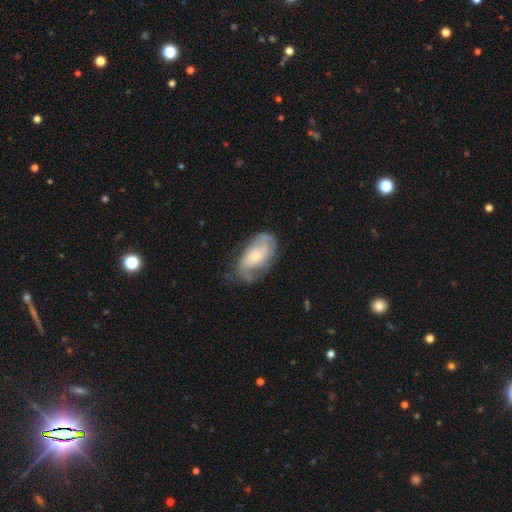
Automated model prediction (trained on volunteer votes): Smooth or featured?
  - featured or disk: 71% *
  - smooth: 23%
  - star or artifact: 6%
Edge-on disk?
  - no: 96% *
  - yes: 4%
Bar?
  - no: 69% *
  - weak: 26%
  - strong: 5%
Spiral arms?
  - yes: 88% *
  - no: 12%
Spiral winding?
  - medium: 41% *
  - tight: 38%
  - loose: 21%
Spiral arm count?
  - 2: 58% *
  - can't tell: 24%
  - 3: 8%
  - 1: 5%
  - 4: 3%
  - more than 4: 2%
Bulge size?
  - small: 62% *
  - moderate: 31%
  - large: 3%
  - none: 3%
  - dominant: 1%
Merging?
  - none: 62% *
  - minor disturbance: 24%
  - major disturbance: 12%
  - merger: 2%